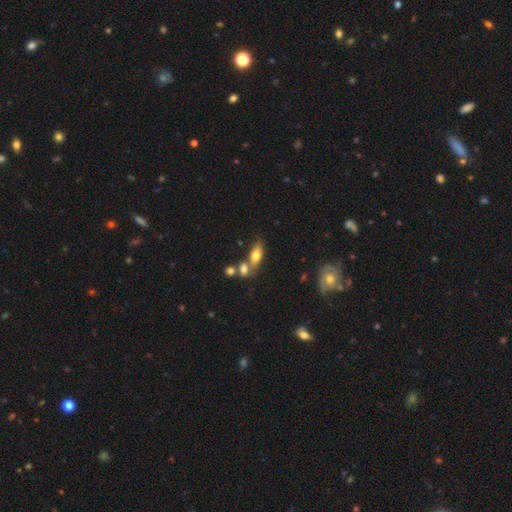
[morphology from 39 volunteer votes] This appears to be a smooth galaxy with no disk features (85%) that is in between round and cigar-shaped (91%). Merging: none (51%).